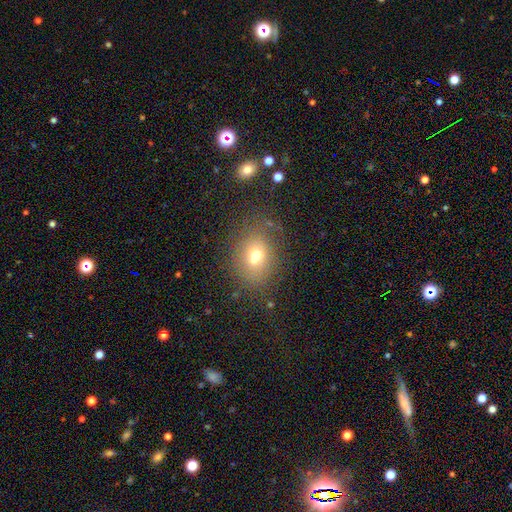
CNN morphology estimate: Q: Smooth or featured?
A: smooth (67%); runner-up: featured or disk (18%)
Q: How rounded?
A: in between (50%); runner-up: round (49%)
Q: Merging?
A: none (61%); runner-up: minor disturbance (16%)